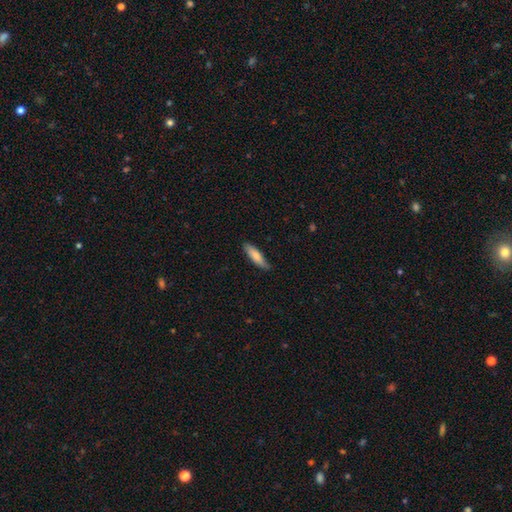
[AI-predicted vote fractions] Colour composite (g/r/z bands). It shows a smooth galaxy with no disk features (78%) that is cigar-shaped (65%). Merging: none (78%).